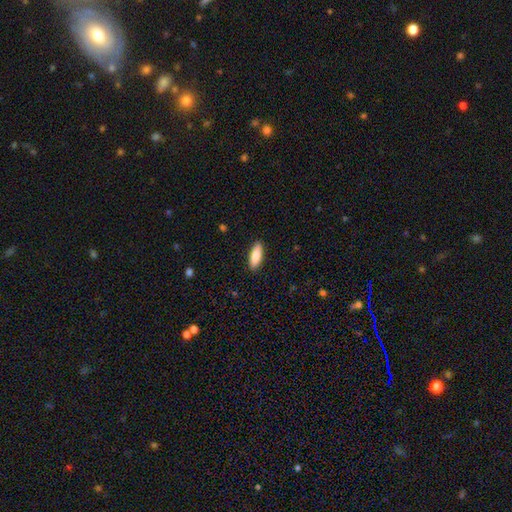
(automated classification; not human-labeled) smooth_or_featured: smooth (p=0.84) [alt: featured or disk p=0.10]
how_rounded: in between (p=0.63) [alt: cigar-shaped p=0.35]
merging: none (p=0.90) [alt: minor disturbance p=0.08]